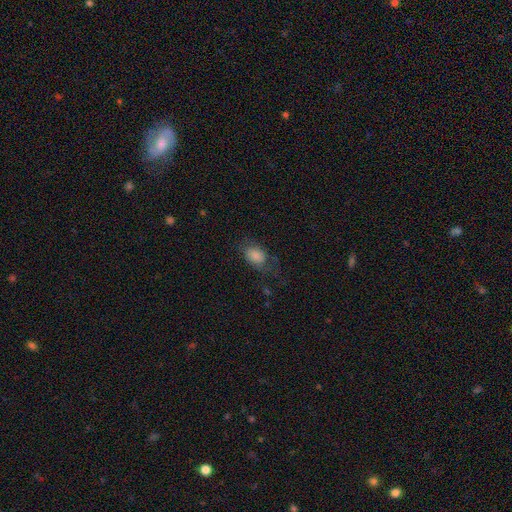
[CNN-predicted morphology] smooth-or-featured: smooth: 78% | featured or disk: 13% | star or artifact: 9%
  how-rounded: in between: 80% | round: 18% | cigar-shaped: 2%
  merging: none: 52% | minor disturbance: 24% | major disturbance: 22% | merger: 2%